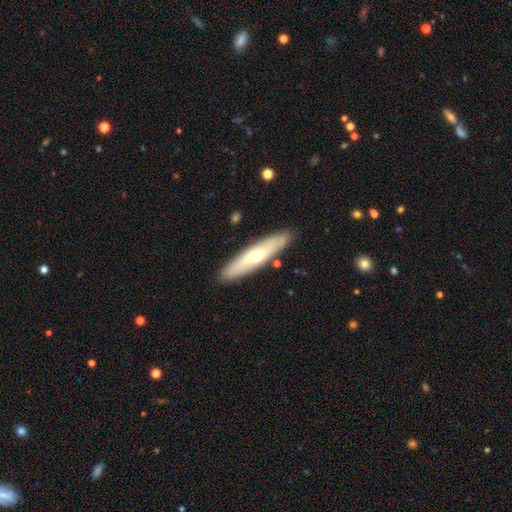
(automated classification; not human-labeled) Smooth or featured? Predicted: smooth (p=0.50). Merging? Predicted: none (p=0.88).